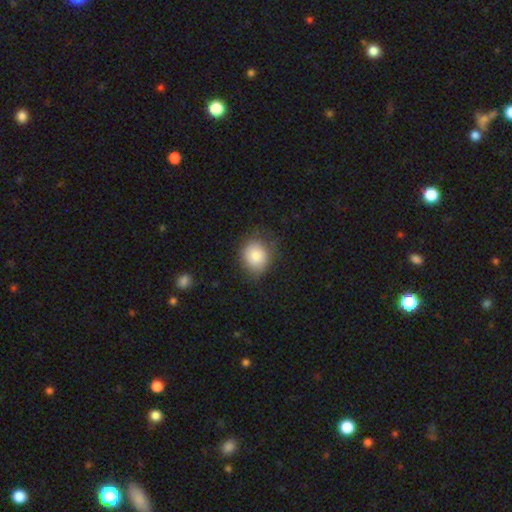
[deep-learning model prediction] The model was most divided on "how rounded": round: 66%, in between: 33%, cigar-shaped: 1%. More confident: smooth or featured — smooth (83%); merging — none (71%).